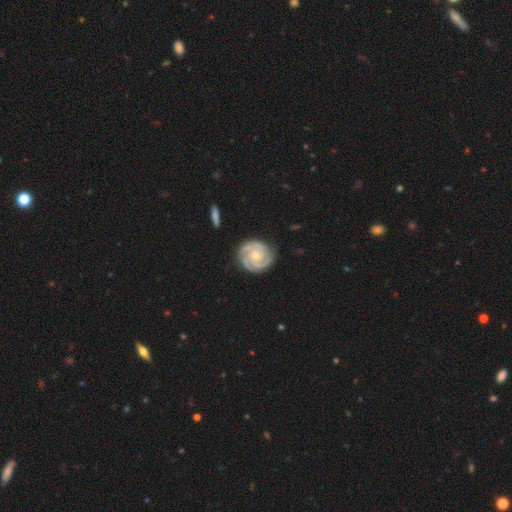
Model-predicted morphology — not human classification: A featured or disk galaxy (90%) with no bar (74%), 3 (54%) tight (76%) spiral arms (98%) and a small central bulge (55%). Merging: none (81%).